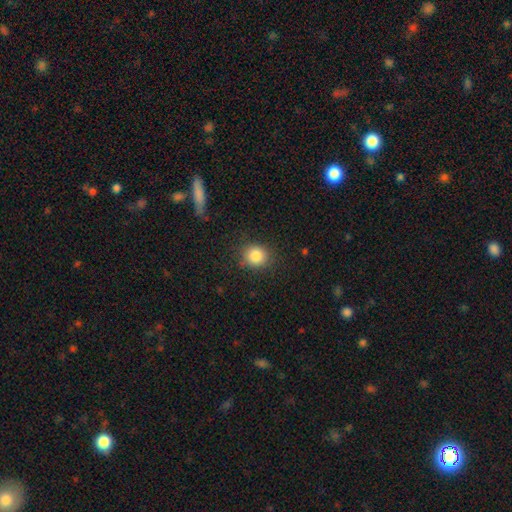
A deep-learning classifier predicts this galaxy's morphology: type=smooth (85%); roundness=round (83%); merging=none (86%).